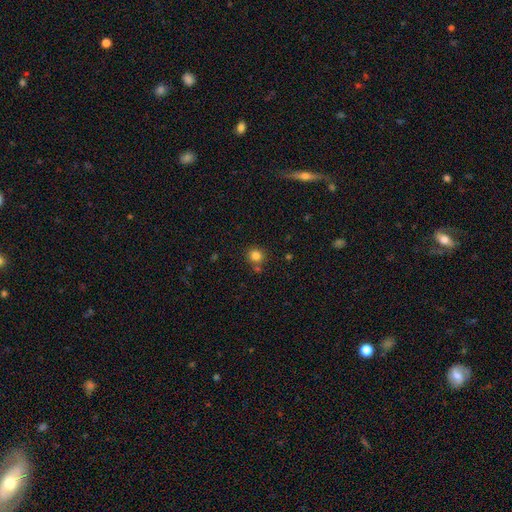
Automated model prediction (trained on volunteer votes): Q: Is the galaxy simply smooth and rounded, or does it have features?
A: smooth — 82%.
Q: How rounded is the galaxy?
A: round — 90%.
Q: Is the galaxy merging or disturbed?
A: none — 76%.